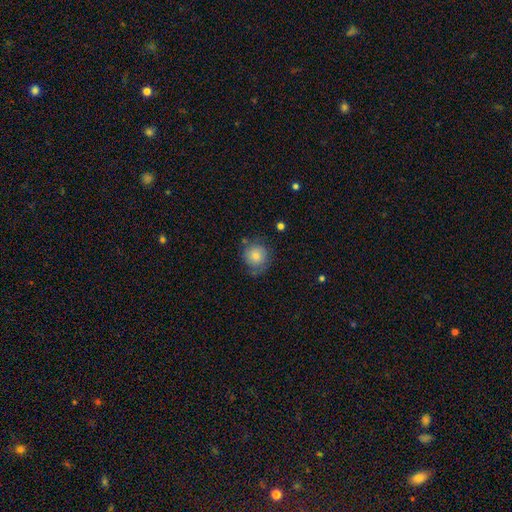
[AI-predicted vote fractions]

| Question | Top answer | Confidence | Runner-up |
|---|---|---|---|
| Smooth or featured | smooth | 78% | featured or disk (13%) |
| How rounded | round | 89% | in between (10%) |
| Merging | none | 67% | minor disturbance (23%) |